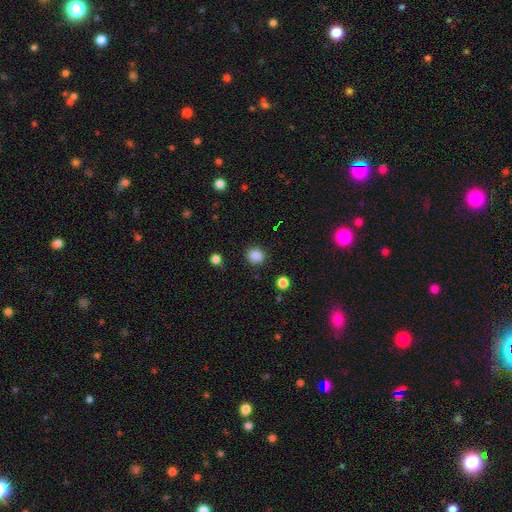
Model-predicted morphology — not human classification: smooth-or-featured: smooth: 85% | star or artifact: 11% | featured or disk: 4%
  how-rounded: round: 79% | in between: 20% | cigar-shaped: 1%
  merging: none: 88% | minor disturbance: 8% | major disturbance: 3% | merger: 2%